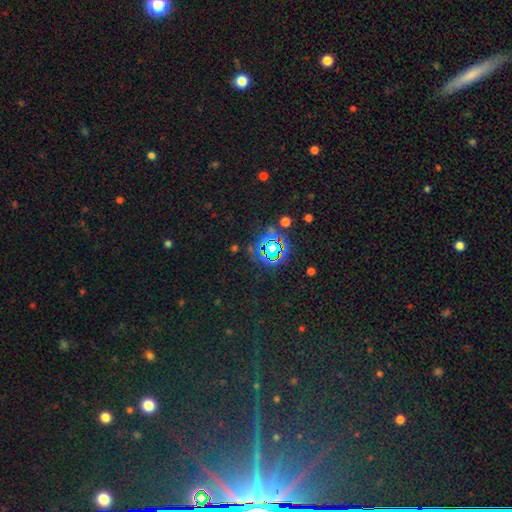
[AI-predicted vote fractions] A star or artifact, not a galaxy (74%).

Vote fractions:
- Smooth or featured? star or artifact: 74% / smooth: 14% / featured or disk: 12%